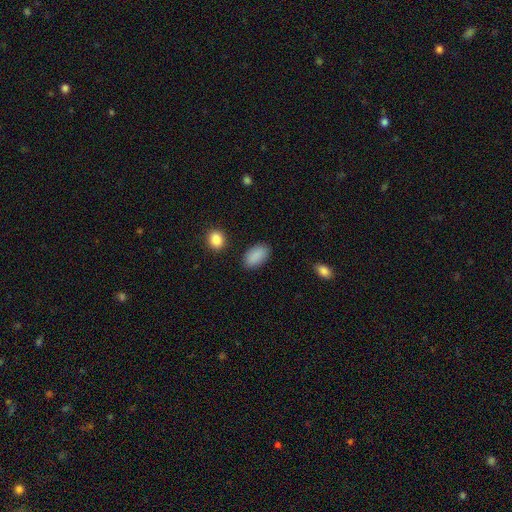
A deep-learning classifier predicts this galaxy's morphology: A smooth galaxy with no disk features (90%) that is in between round and cigar-shaped (93%).

Vote fractions:
- Smooth or featured? smooth: 90% / star or artifact: 7% / featured or disk: 3%
- How rounded? in between: 93% / round: 4% / cigar-shaped: 2%
- Merging? none: 86% / minor disturbance: 9% / major disturbance: 3% / merger: 2%